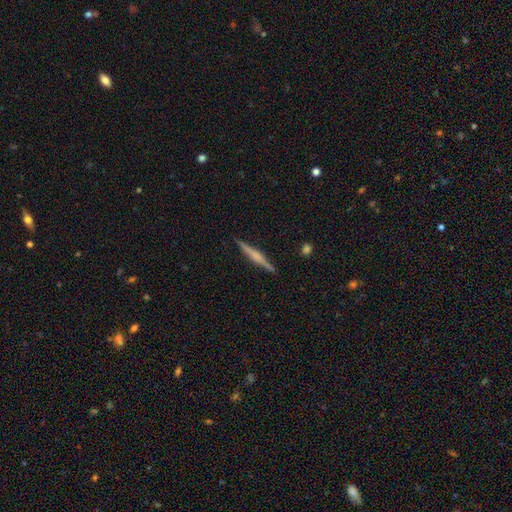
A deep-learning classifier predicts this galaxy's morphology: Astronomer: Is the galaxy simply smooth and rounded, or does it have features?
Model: featured or disk — 67%.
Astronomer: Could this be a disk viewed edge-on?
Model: yes — 98%.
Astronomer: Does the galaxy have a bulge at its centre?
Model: rounded — 60%.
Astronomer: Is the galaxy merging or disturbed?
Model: none — 91%.